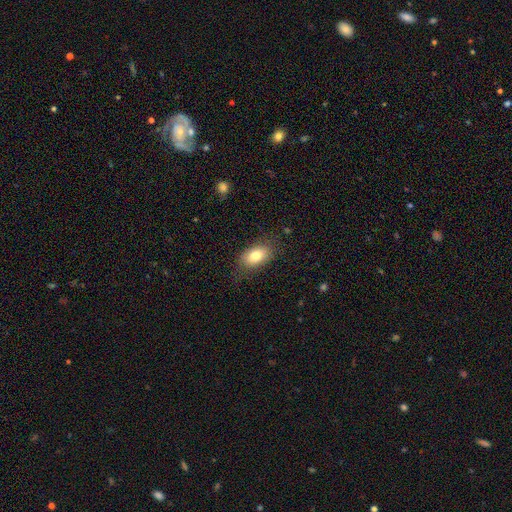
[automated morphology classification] A smooth galaxy with no disk features (78%) that is in between round and cigar-shaped (89%). Merging: none (77%).